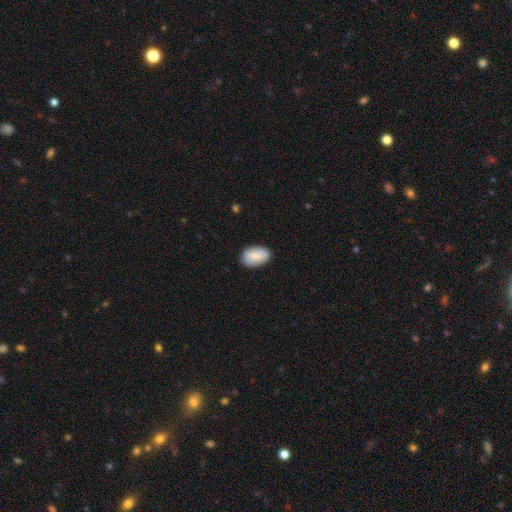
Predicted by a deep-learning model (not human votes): A smooth galaxy with no disk features (84%) that is in between round and cigar-shaped (93%). Merging: none (86%).